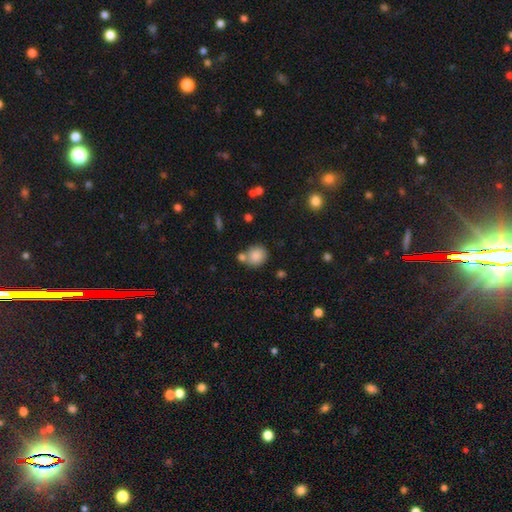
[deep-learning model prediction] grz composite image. It shows a smooth galaxy with no disk features (85%) that is round (82%). Merging: none (60%).